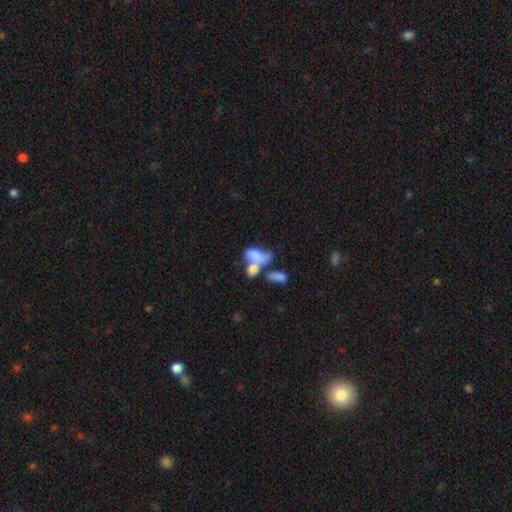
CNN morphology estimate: Smooth or featured: smooth — 66% (featured or disk — 24%)
How rounded: in between — 87% (round — 9%)
Merging: merger — 63% (major disturbance — 14%)